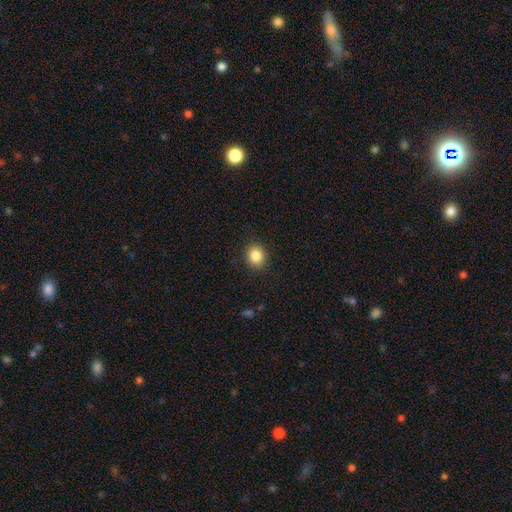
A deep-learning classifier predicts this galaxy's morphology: A smooth galaxy with no disk features (85%) that is round (75%). Merging: none (90%).